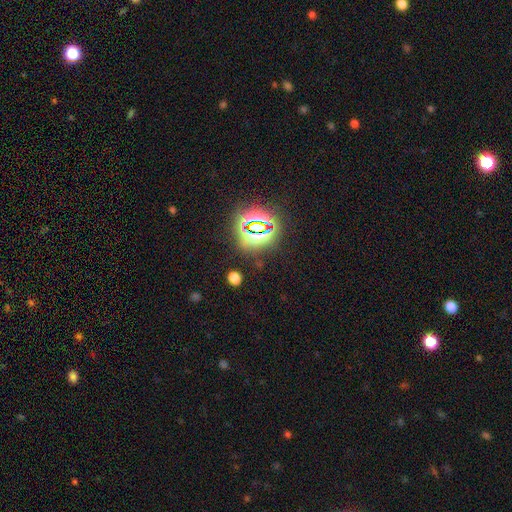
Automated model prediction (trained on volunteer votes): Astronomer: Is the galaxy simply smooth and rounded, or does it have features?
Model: star or artifact — 77%.